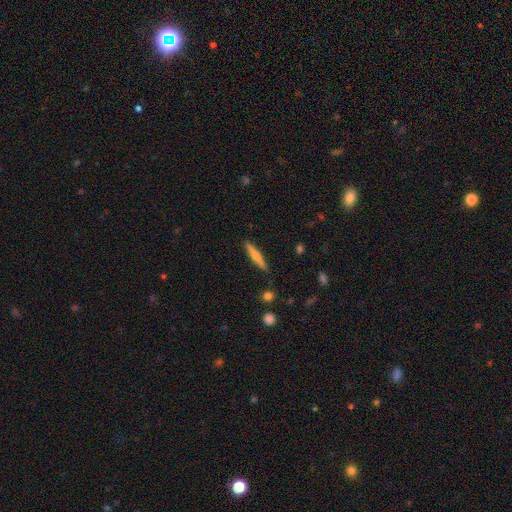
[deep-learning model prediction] This appears to be a smooth galaxy with no disk features (49%). Merging: none (89%).